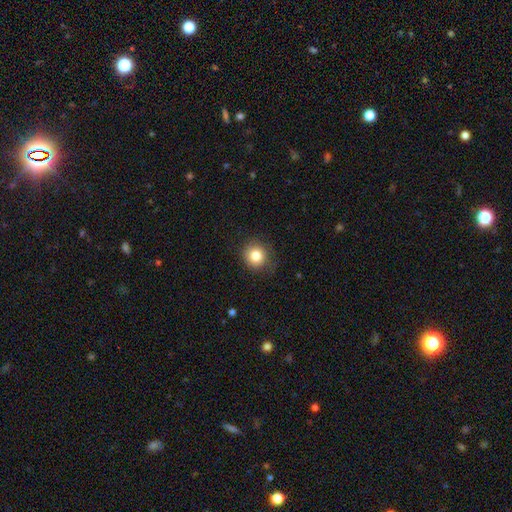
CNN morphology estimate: type=smooth (82%); roundness=round (90%); merging=none (84%).